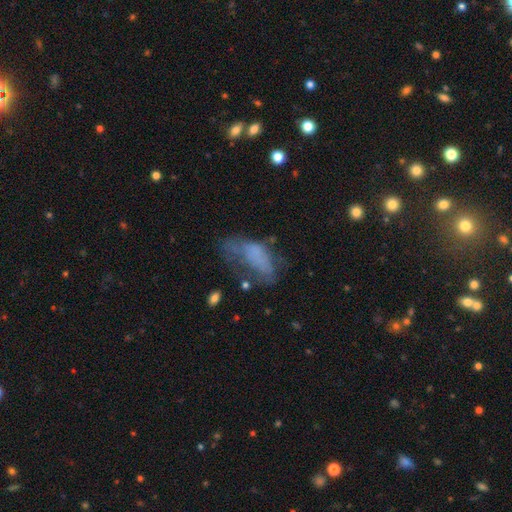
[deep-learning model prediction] Q: Smooth or featured?
A: smooth (54%); runner-up: featured or disk (33%)
Q: How rounded?
A: in between (85%); runner-up: cigar-shaped (11%)
Q: Merging?
A: major disturbance (42%); runner-up: none (27%)